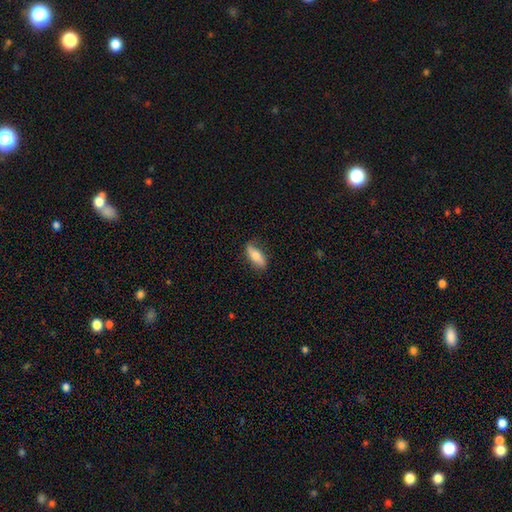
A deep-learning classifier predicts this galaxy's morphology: This is likely a smooth galaxy (74%). How rounded: likely in between (71%). Merging: likely none (80%).